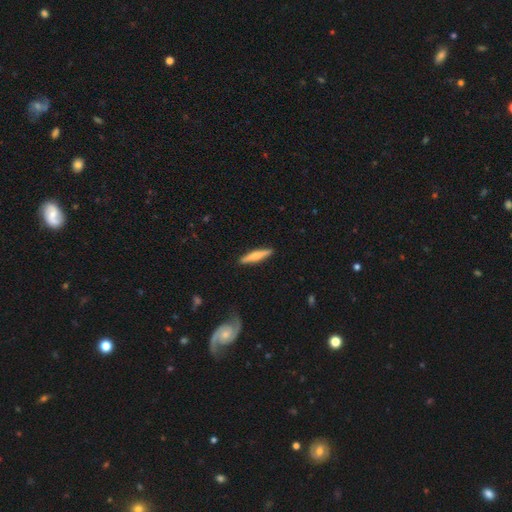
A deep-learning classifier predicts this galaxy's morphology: This appears to be a smooth galaxy with no disk features (58%) that is cigar-shaped (90%). Merging: none (90%).